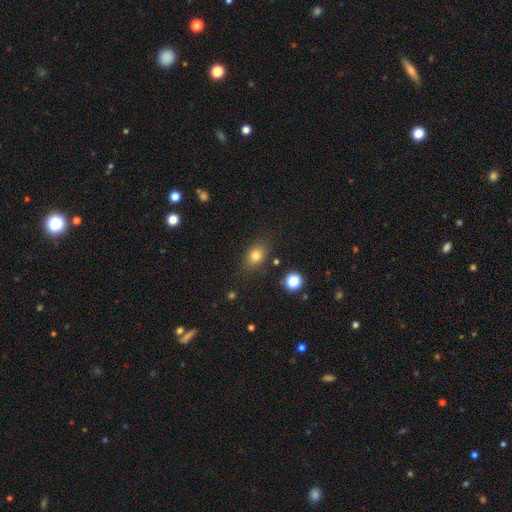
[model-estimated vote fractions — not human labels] This is likely a smooth galaxy (78%). How rounded: likely in between (67%). Merging: likely none (79%).